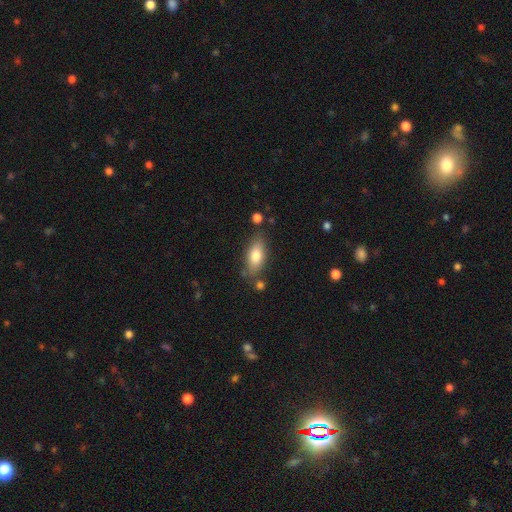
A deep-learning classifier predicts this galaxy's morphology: This appears to be a smooth galaxy with no disk features (77%) that is in between round and cigar-shaped (84%). Merging: none (77%).